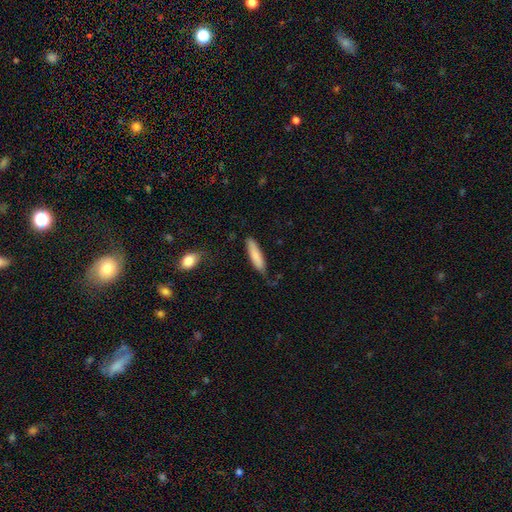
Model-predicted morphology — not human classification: Smooth or featured? smooth (82%)
How rounded? cigar-shaped (76%)
Merging? none (70%)